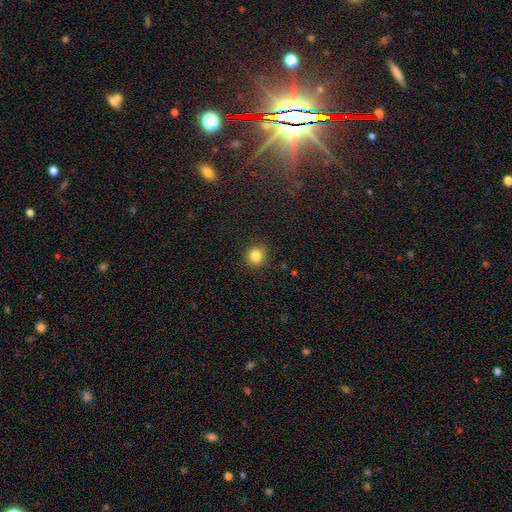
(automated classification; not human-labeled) Q: Smooth or featured?
A: smooth (84%); runner-up: star or artifact (11%)
Q: How rounded?
A: round (80%); runner-up: in between (19%)
Q: Merging?
A: none (88%); runner-up: minor disturbance (8%)